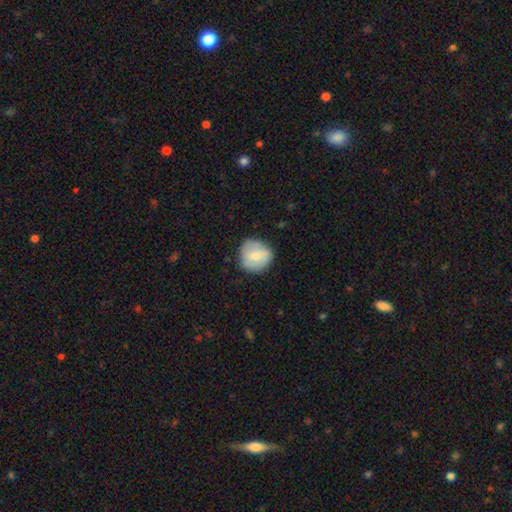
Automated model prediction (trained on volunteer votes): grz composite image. It shows a smooth galaxy with no disk features (69%) that is round (90%). Merging: none (80%).